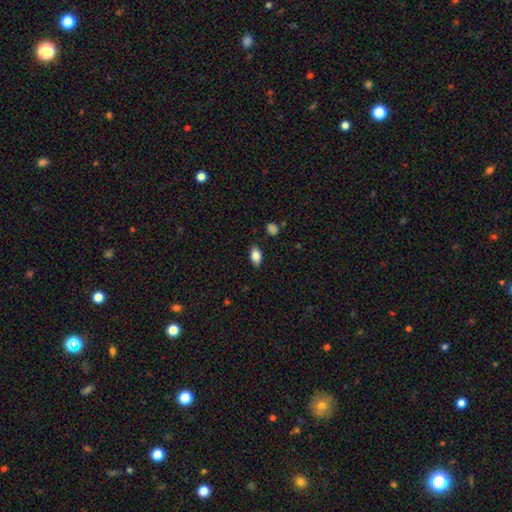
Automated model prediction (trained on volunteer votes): The model was most divided on "merging": none: 85%, minor disturbance: 11%, major disturbance: 2%, merger: 1%. More confident: how rounded — in between (89%); smooth or featured — smooth (83%).